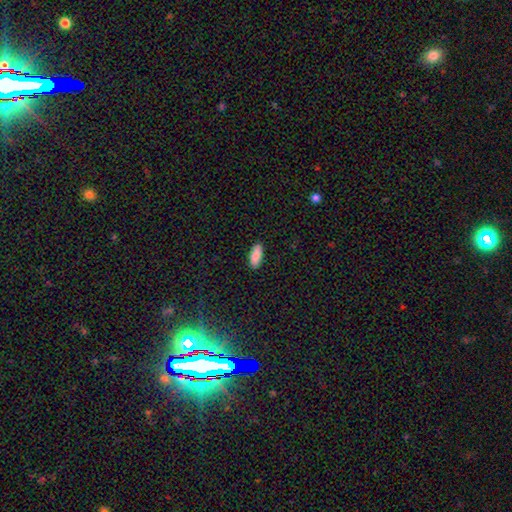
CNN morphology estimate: smooth 87%, star or artifact 6%, featured or disk 6%. Down the decision tree: how rounded — in between (79%); merging — none (90%).